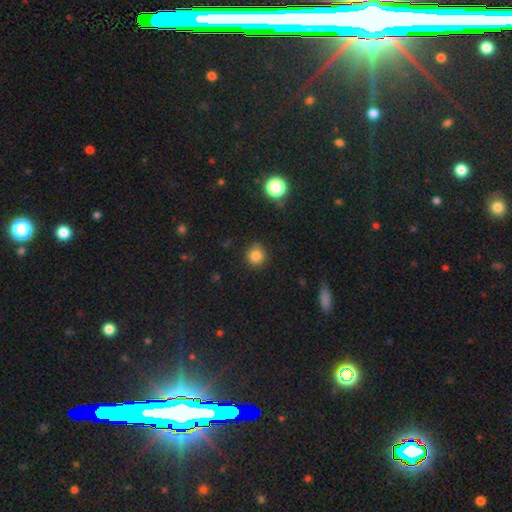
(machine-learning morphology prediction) This is clearly a smooth galaxy (83%). How rounded: clearly round (92%). Merging: clearly none (84%).